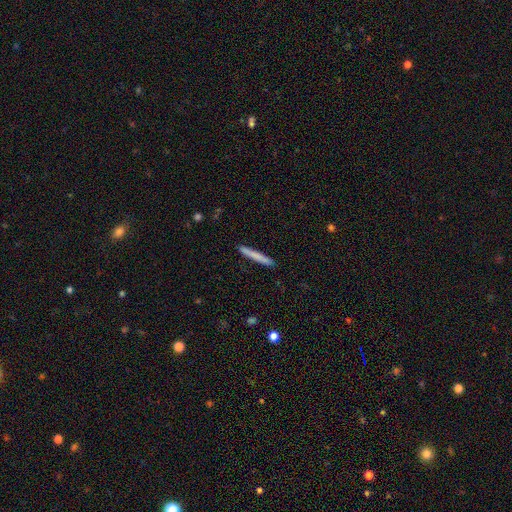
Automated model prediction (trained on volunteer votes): smooth-or-featured: smooth: 75% | featured or disk: 19% | star or artifact: 6%
  how-rounded: cigar-shaped: 96% | in between: 2% | round: 1%
  merging: none: 91% | minor disturbance: 6% | major disturbance: 1% | merger: 1%